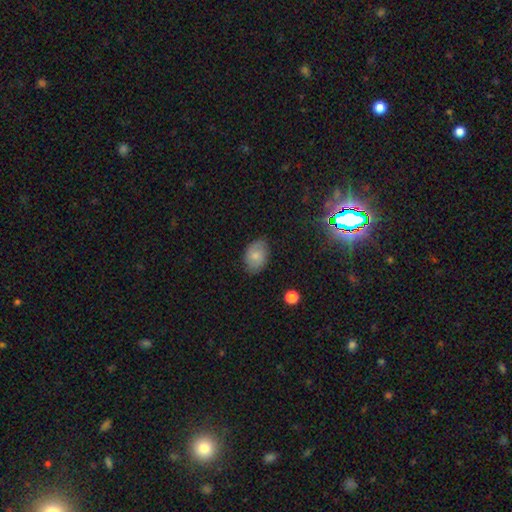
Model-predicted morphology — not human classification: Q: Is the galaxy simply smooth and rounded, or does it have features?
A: smooth — 69%.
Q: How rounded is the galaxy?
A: in between — 81%.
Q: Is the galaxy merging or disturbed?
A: none — 79%.